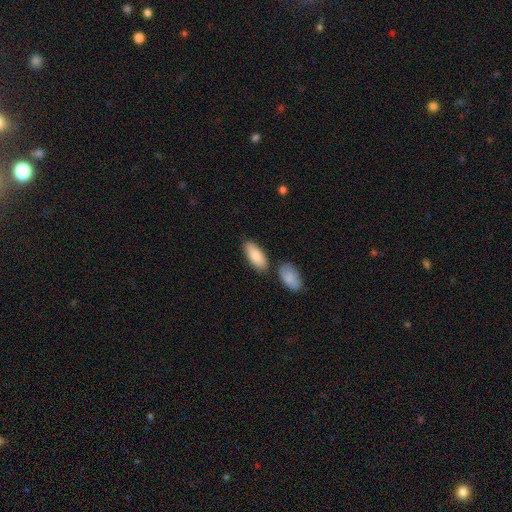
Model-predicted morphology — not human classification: Q: Smooth or featured?
A: smooth (86%); runner-up: featured or disk (9%)
Q: How rounded?
A: in between (86%); runner-up: cigar-shaped (12%)
Q: Merging?
A: none (73%); runner-up: minor disturbance (13%)